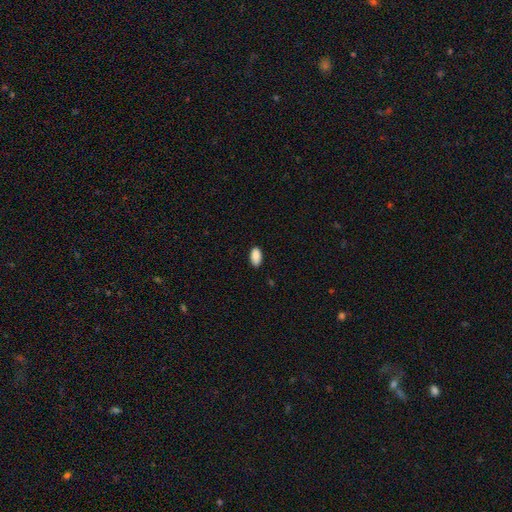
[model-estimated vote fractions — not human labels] Morphology: type=smooth (90%); roundness=in between (94%); merging=none (86%).